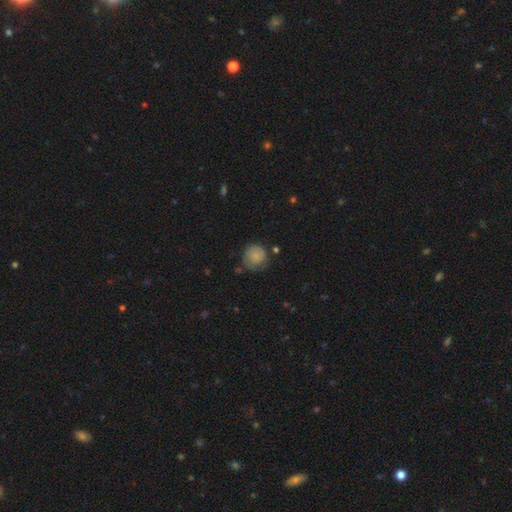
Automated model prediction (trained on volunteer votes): smooth_or_featured: smooth (p=0.81) [alt: featured or disk p=0.11]
how_rounded: round (p=0.89) [alt: in between p=0.10]
merging: none (p=0.65) [alt: minor disturbance p=0.25]